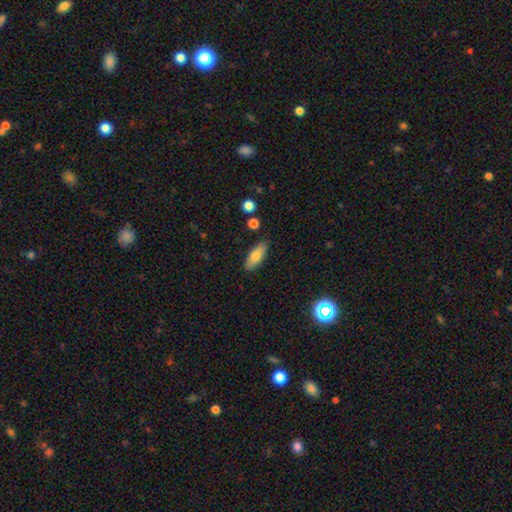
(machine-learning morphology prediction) A smooth galaxy with no disk features (75%) that is in between round and cigar-shaped (74%).

Vote fractions:
- Smooth or featured? smooth: 75% / featured or disk: 18% / star or artifact: 7%
- How rounded? in between: 74% / cigar-shaped: 23% / round: 3%
- Merging? none: 86% / minor disturbance: 10% / major disturbance: 2% / merger: 2%